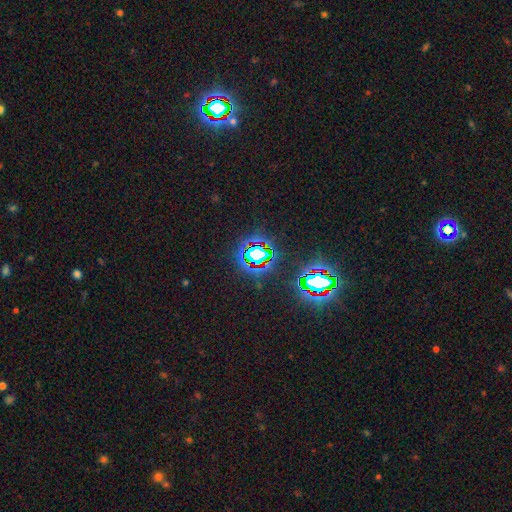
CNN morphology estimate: Smooth or featured? star or artifact (70%)